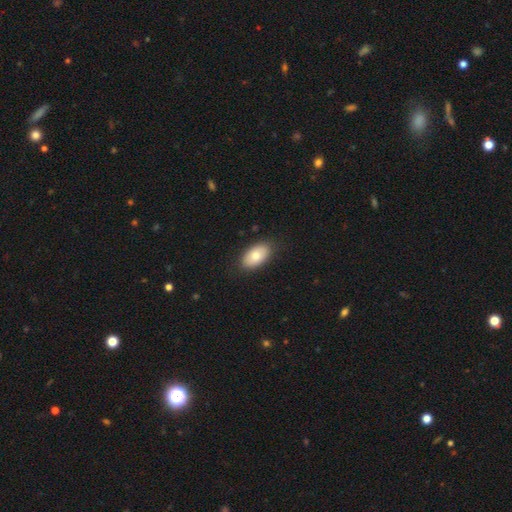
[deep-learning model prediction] Morphology: type=smooth (78%); roundness=in between (94%); merging=none (86%).